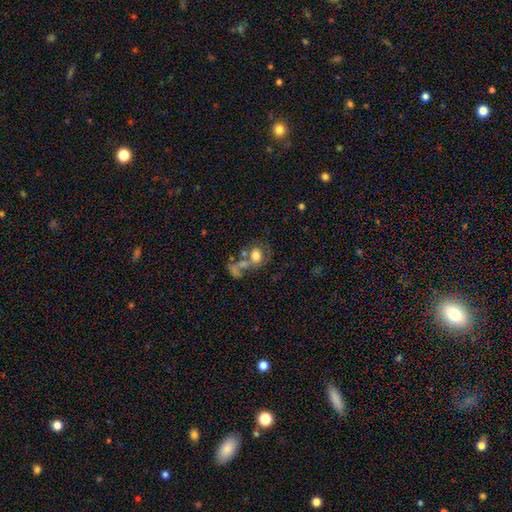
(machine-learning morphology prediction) smooth-or-featured: smooth: 56% | featured or disk: 32% | star or artifact: 12%
  how-rounded: round: 52% | in between: 47% | cigar-shaped: 1%
  merging: merger: 42% | none: 26% | major disturbance: 20% | minor disturbance: 11%